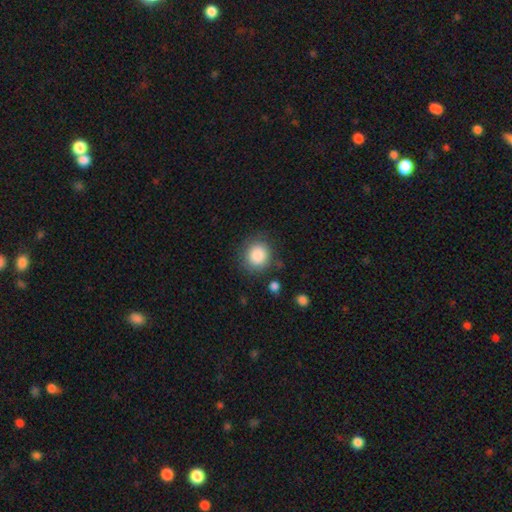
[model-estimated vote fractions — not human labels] This is clearly a smooth galaxy (87%). How rounded: clearly round (86%). Merging: clearly none (83%).